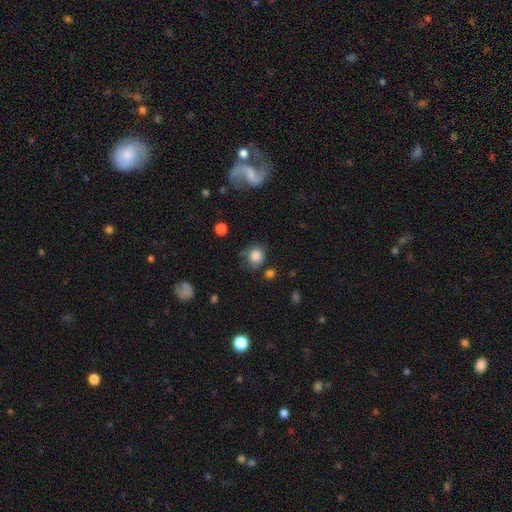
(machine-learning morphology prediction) A smooth galaxy with no disk features (83%) that is round (78%). Merging: none (61%).